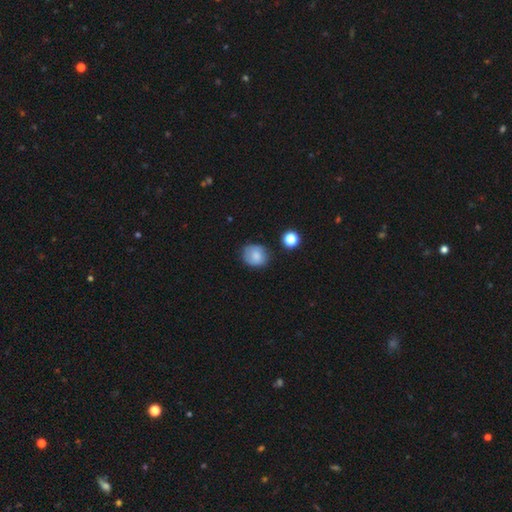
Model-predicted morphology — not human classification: Smooth or featured? Predicted: smooth (p=0.79). How rounded? Predicted: round (p=0.68). Merging? Predicted: none (p=0.72).